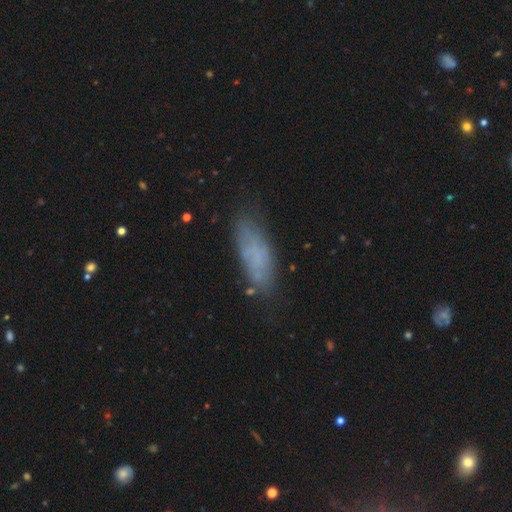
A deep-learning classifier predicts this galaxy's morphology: Overall: smooth (63%; featured or disk 26%). How rounded: in between (65%; cigar-shaped 32%). Merging: none (65%).